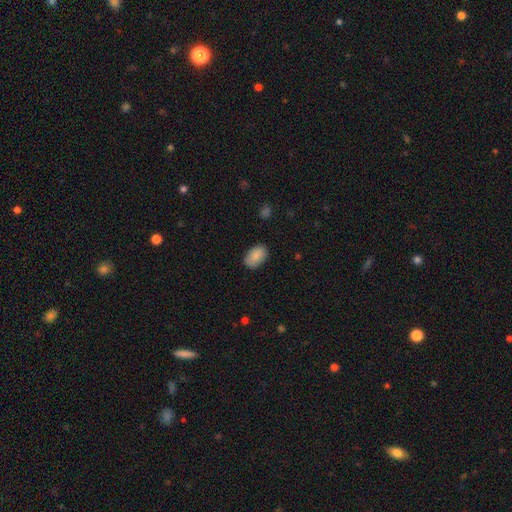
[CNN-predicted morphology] A smooth galaxy with no disk features (88%) that is in between round and cigar-shaped (90%). Merging: none (83%).